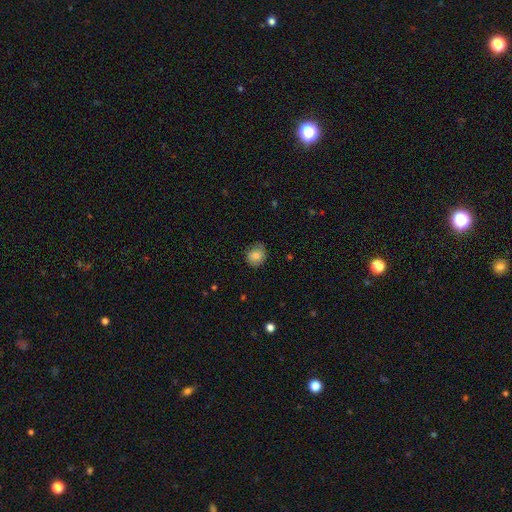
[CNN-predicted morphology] type=smooth (80%); roundness=round (73%); merging=none (76%).